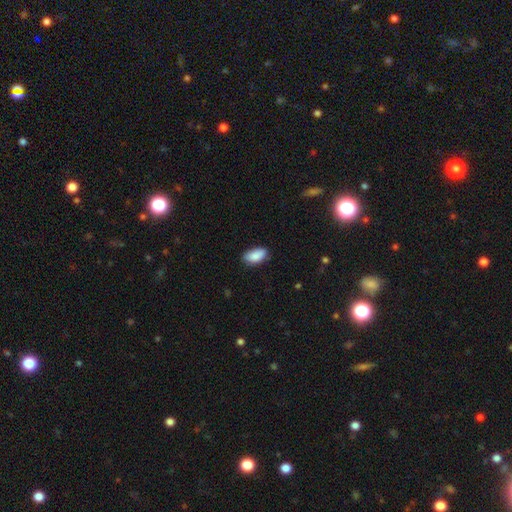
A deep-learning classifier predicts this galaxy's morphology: Smooth or featured: smooth — 88% (star or artifact — 7%)
How rounded: in between — 93% (cigar-shaped — 4%)
Merging: none — 80% (minor disturbance — 17%)